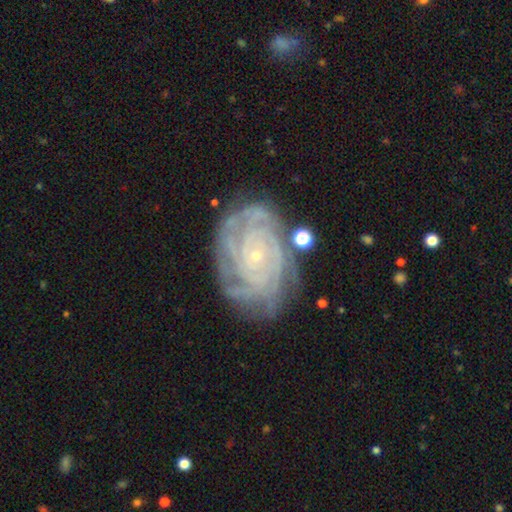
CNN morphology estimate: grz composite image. It shows a featured or disk galaxy (90%) with no bar (80%), 4 (31%) tight (83%) spiral arms (98%) and a small central bulge (88%). Merging: none (73%).